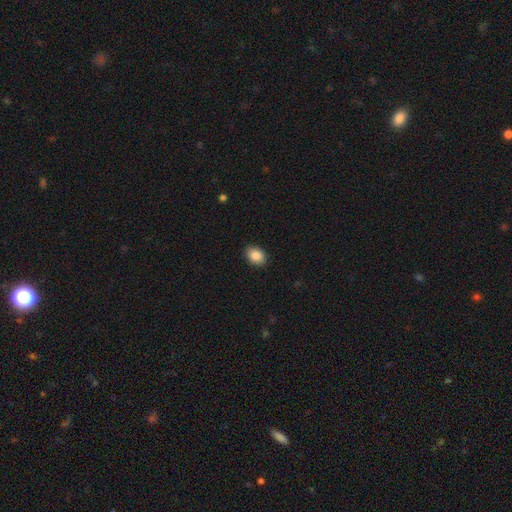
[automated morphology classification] Smooth or featured? smooth (87%)
How rounded? in between (73%)
Merging? none (89%)